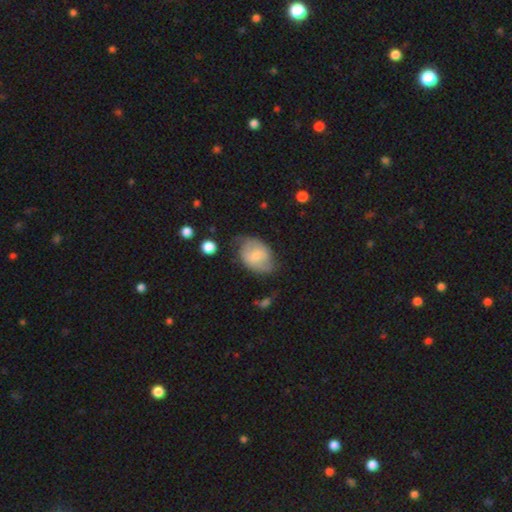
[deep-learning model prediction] Smooth or featured: smooth — 56% (featured or disk — 38%)
How rounded: in between — 74% (round — 25%)
Merging: none — 59% (minor disturbance — 28%)